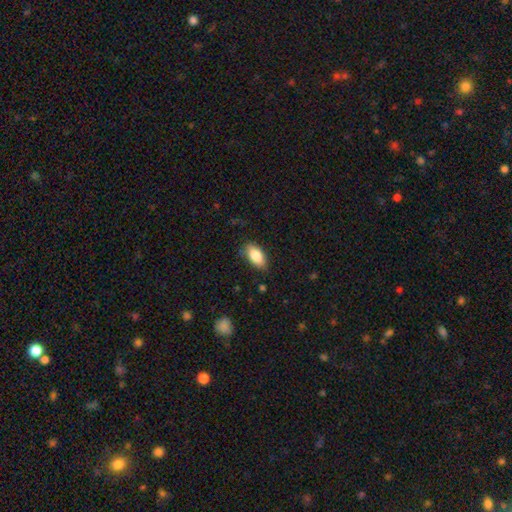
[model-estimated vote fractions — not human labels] Smooth or featured? Predicted: smooth (p=0.84). How rounded? Predicted: in between (p=0.91). Merging? Predicted: none (p=0.78).